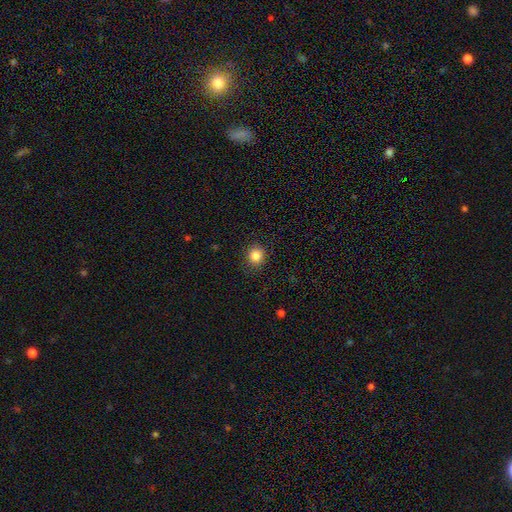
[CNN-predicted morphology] smooth 84%, star or artifact 11%, featured or disk 5%. Down the decision tree: how rounded — round (86%); merging — none (88%).